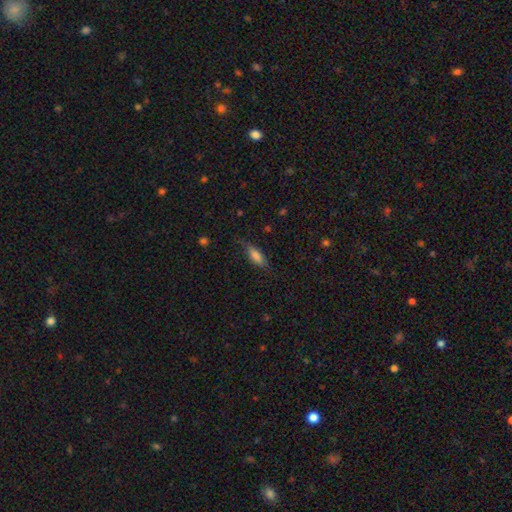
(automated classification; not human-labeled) A smooth galaxy with no disk features (74%) that is in between round and cigar-shaped (58%).

Vote fractions:
- Smooth or featured? smooth: 74% / featured or disk: 18% / star or artifact: 8%
- How rounded? in between: 58% / cigar-shaped: 40% / round: 3%
- Merging? none: 71% / minor disturbance: 21% / major disturbance: 6% / merger: 1%